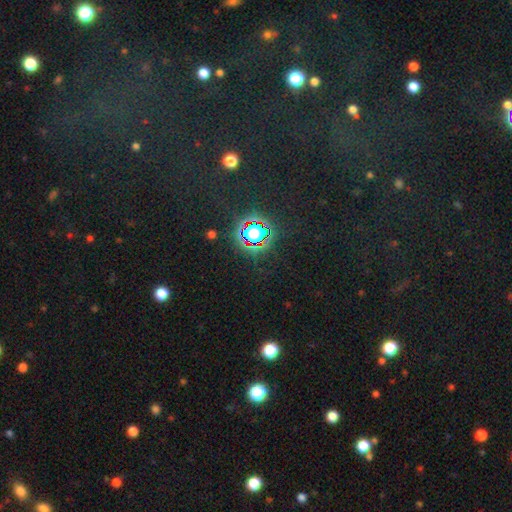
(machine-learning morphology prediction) This is likely a star or artifact rather than a galaxy (78%).